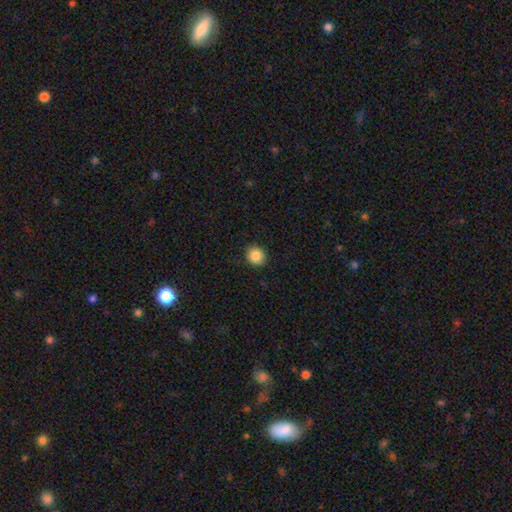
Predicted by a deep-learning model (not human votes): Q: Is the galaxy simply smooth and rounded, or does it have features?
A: smooth — 86%.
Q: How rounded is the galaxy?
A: round — 82%.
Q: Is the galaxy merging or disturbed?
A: none — 91%.